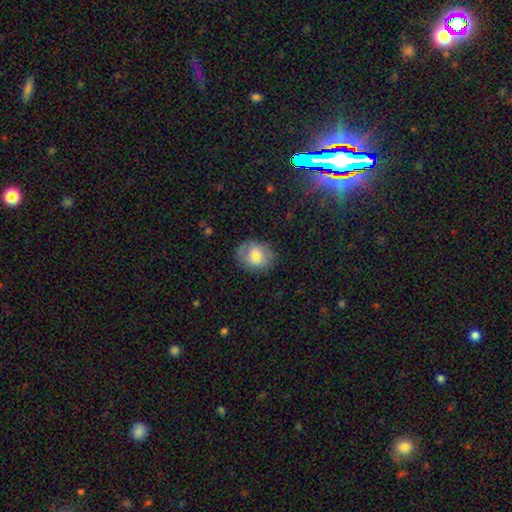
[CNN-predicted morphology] A smooth galaxy with no disk features (67%) that is round (51%). Merging: none (77%).